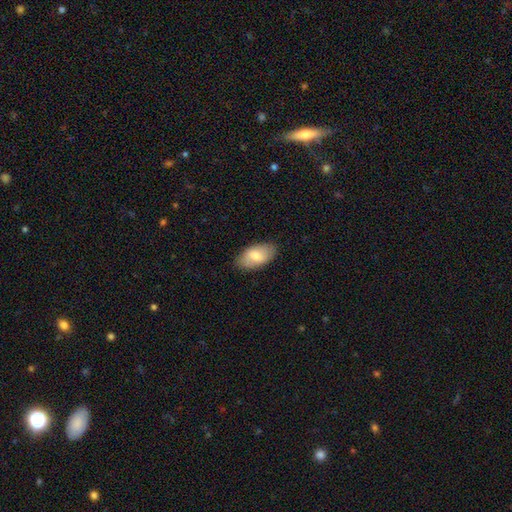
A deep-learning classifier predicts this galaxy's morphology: Overall: smooth (69%). How rounded: in between (93%). Merging: none (84%).